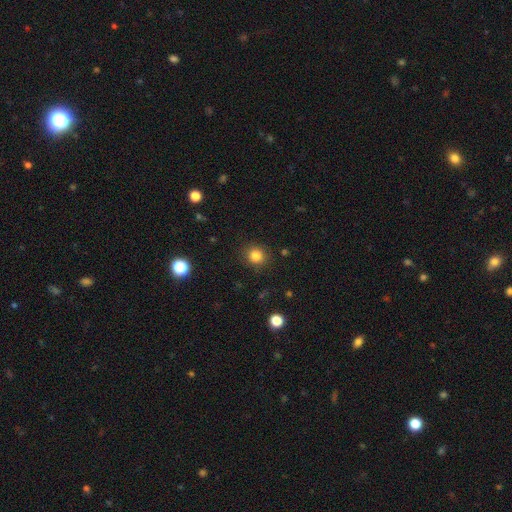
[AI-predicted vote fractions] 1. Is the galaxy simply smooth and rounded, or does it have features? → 83% smooth, 12% star or artifact, 5% featured or disk.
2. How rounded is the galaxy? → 89% round, 10% in between, 1% cigar-shaped.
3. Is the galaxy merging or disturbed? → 89% none, 7% minor disturbance, 3% major disturbance, 1% merger.